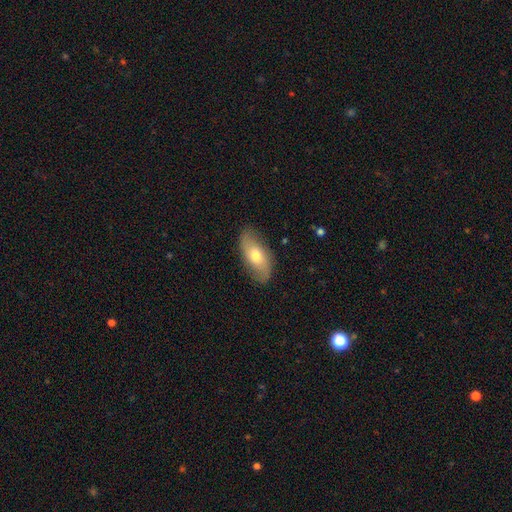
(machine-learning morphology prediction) smooth 54%, featured or disk 40%, star or artifact 6%. Down the decision tree: how rounded — in between (88%); merging — none (82%).